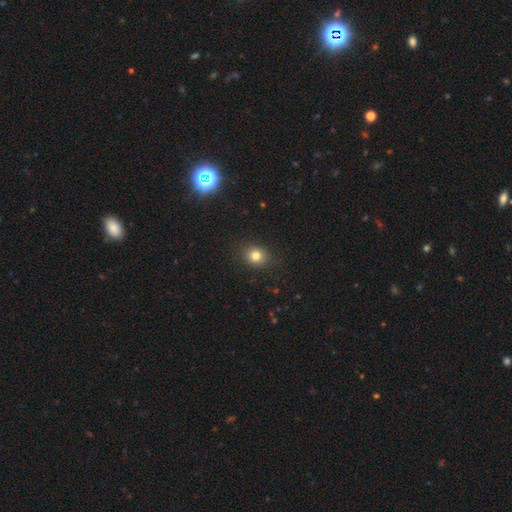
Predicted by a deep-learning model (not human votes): Smooth or featured? smooth (79%)
How rounded? round (71%)
Merging? none (87%)